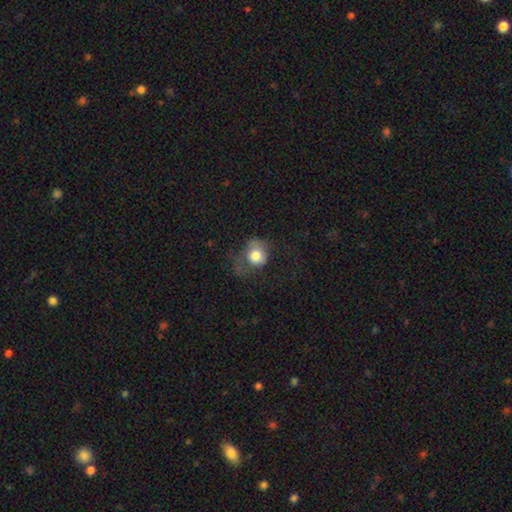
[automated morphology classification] Smooth or featured: smooth — 74% (featured or disk — 17%)
How rounded: round — 74% (in between — 25%)
Merging: major disturbance — 37% (none — 36%)